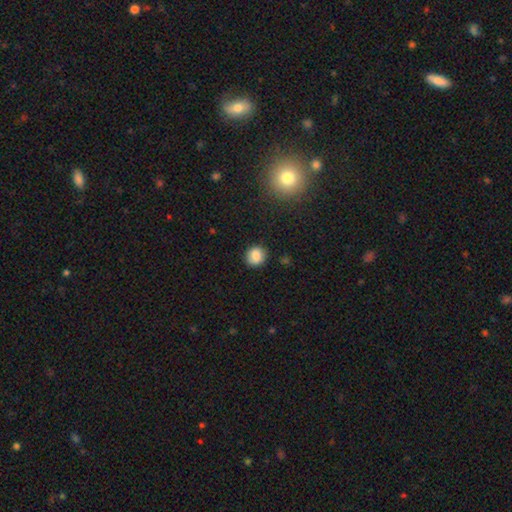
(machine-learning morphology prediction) type=smooth (84%); roundness=round (82%); merging=none (87%).